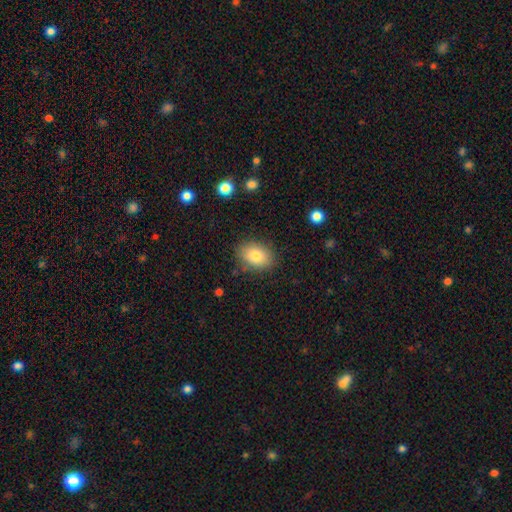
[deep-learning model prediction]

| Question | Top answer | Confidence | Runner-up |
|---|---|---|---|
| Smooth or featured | smooth | 80% | featured or disk (11%) |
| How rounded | in between | 76% | round (23%) |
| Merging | none | 84% | minor disturbance (11%) |